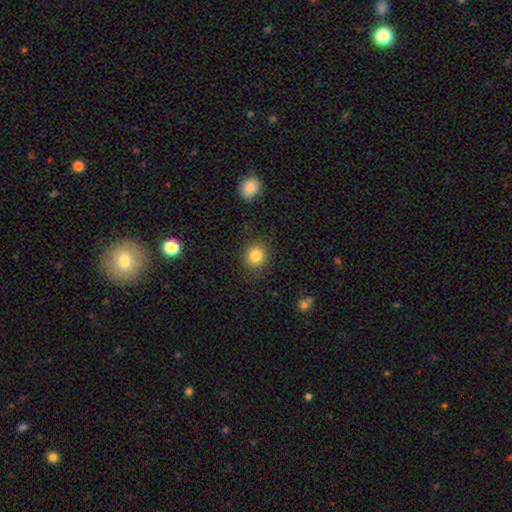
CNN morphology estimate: type=smooth (84%); roundness=round (83%); merging=none (88%).